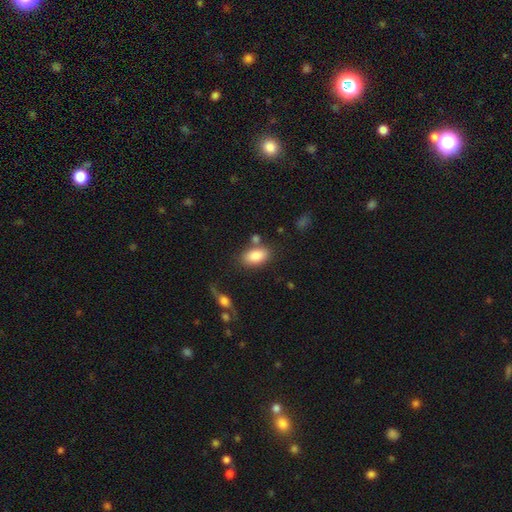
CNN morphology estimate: smooth-or-featured: smooth: 85% | featured or disk: 9% | star or artifact: 7%
  how-rounded: in between: 92% | round: 5% | cigar-shaped: 3%
  merging: none: 73% | minor disturbance: 13% | merger: 10% | major disturbance: 4%